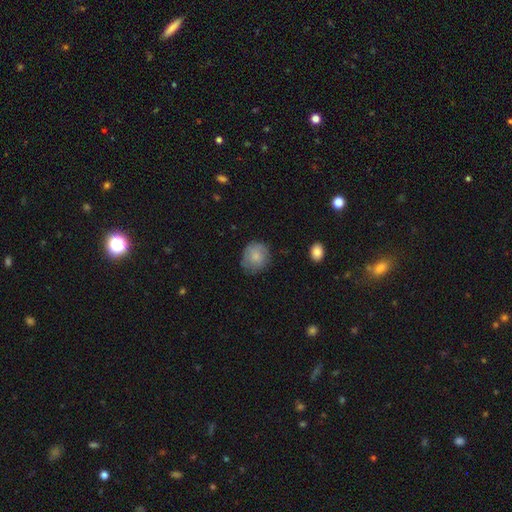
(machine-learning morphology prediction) type=smooth (76%); roundness=round (85%); merging=none (73%).